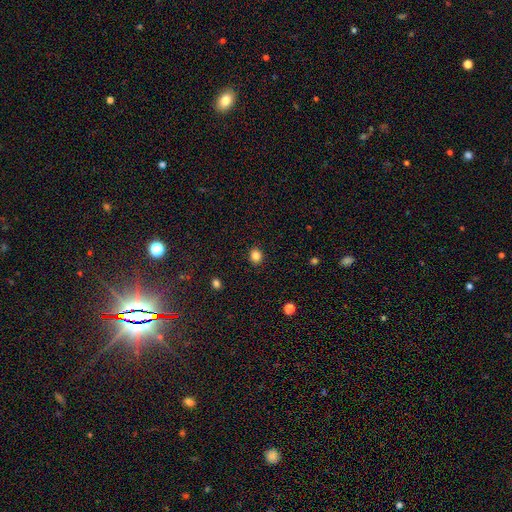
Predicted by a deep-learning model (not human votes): Q: Smooth or featured?
A: smooth (85%); runner-up: star or artifact (11%)
Q: How rounded?
A: round (72%); runner-up: in between (27%)
Q: Merging?
A: none (90%); runner-up: minor disturbance (7%)